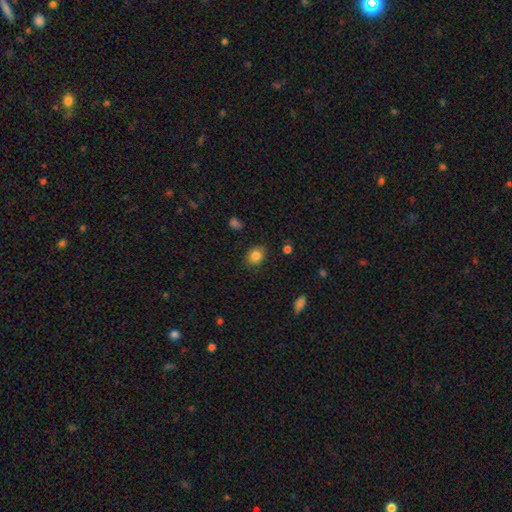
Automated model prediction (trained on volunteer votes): Morphology: type=smooth (83%); roundness=round (59%); merging=none (86%).